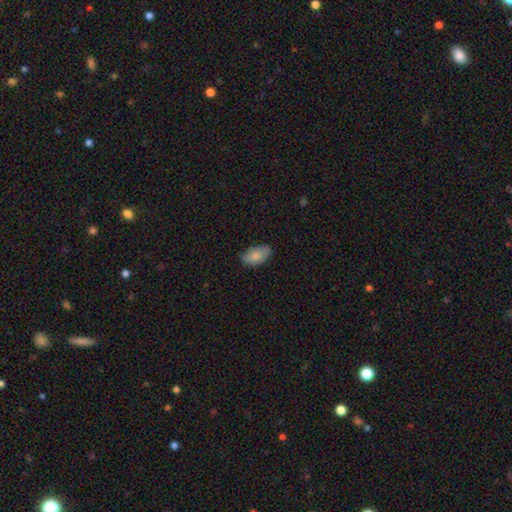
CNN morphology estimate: A smooth galaxy with no disk features (84%) that is in between round and cigar-shaped (94%).

Vote fractions:
- Smooth or featured? smooth: 84% / featured or disk: 9% / star or artifact: 7%
- How rounded? in between: 94% / round: 3% / cigar-shaped: 3%
- Merging? none: 78% / minor disturbance: 18% / major disturbance: 3% / merger: 1%